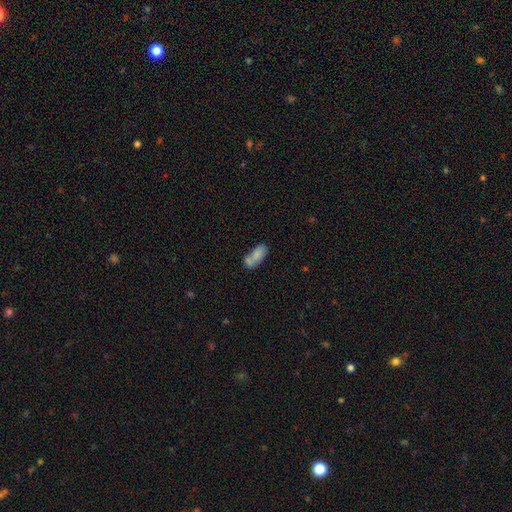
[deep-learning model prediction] smooth_or_featured: smooth (p=0.75) [alt: featured or disk p=0.16]
how_rounded: in between (p=0.84) [alt: cigar-shaped p=0.12]
merging: merger (p=0.43) [alt: none p=0.34]